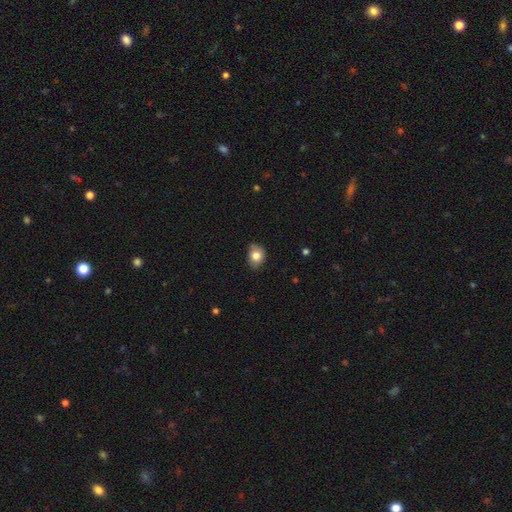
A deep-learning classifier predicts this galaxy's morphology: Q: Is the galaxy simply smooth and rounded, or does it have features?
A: smooth — 77%.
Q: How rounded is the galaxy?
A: in between — 58%.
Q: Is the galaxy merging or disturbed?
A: none — 70%.